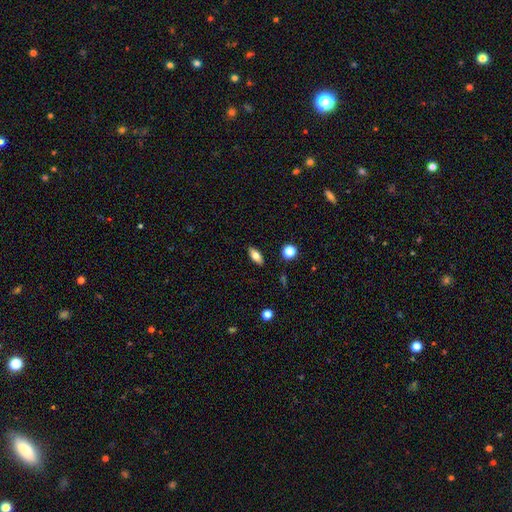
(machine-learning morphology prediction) Smooth or featured? Predicted: smooth (p=0.72). How rounded? Predicted: in between (p=0.81). Merging? Predicted: none (p=0.88).